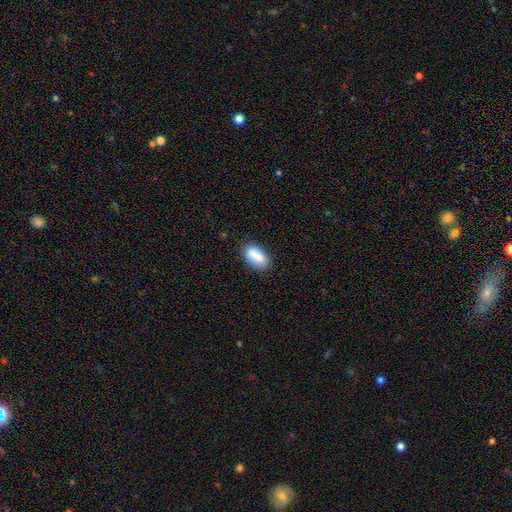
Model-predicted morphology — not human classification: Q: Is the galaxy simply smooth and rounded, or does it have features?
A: smooth — 84%.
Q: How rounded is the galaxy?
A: in between — 88%.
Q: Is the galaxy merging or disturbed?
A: none — 77%.